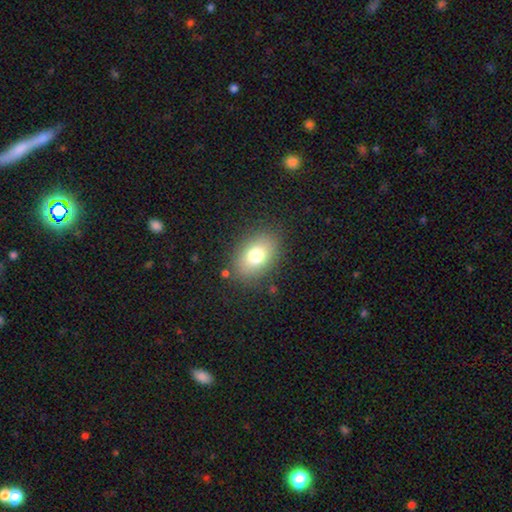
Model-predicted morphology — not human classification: This appears to be a smooth galaxy with no disk features (76%) that is in between round and cigar-shaped (79%). Merging: none (83%).